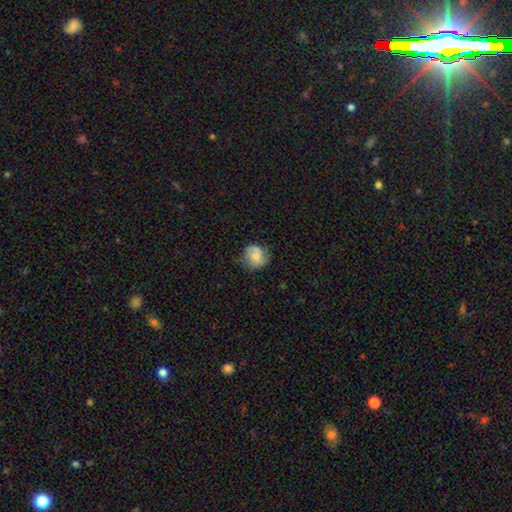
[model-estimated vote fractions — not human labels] Smooth or featured?
  - smooth: 55% *
  - featured or disk: 37%
  - star or artifact: 8%
How rounded?
  - round: 80% *
  - in between: 19%
  - cigar-shaped: 1%
Merging?
  - none: 63% *
  - minor disturbance: 26%
  - major disturbance: 10%
  - merger: 1%